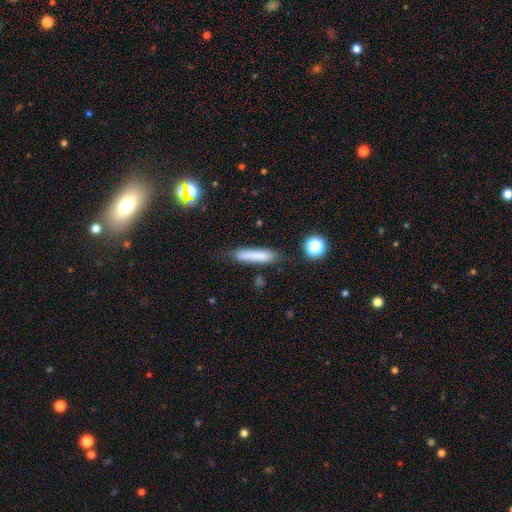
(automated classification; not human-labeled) This is likely a smooth galaxy (79%). How rounded: clearly cigar-shaped (87%). Merging: likely none (75%).